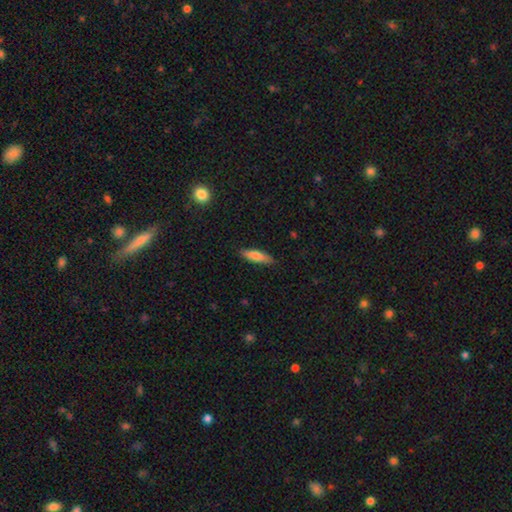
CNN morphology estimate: Smooth or featured: smooth — 74% (featured or disk — 19%)
How rounded: cigar-shaped — 62% (in between — 36%)
Merging: none — 87% (minor disturbance — 10%)